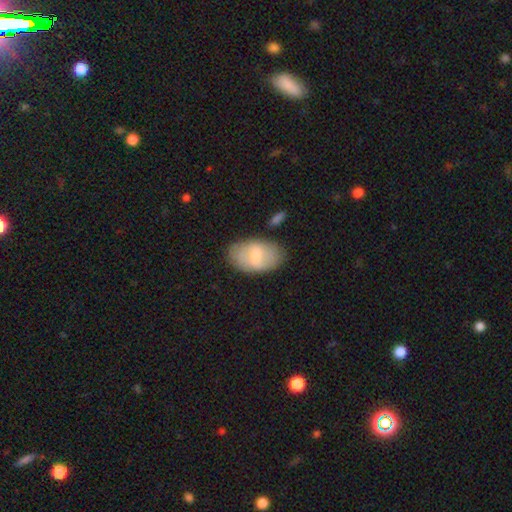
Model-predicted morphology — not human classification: Smooth or featured?
  - smooth: 58% *
  - featured or disk: 36%
  - star or artifact: 6%
How rounded?
  - in between: 91% *
  - round: 7%
  - cigar-shaped: 2%
Merging?
  - none: 76% *
  - minor disturbance: 16%
  - major disturbance: 4%
  - merger: 4%